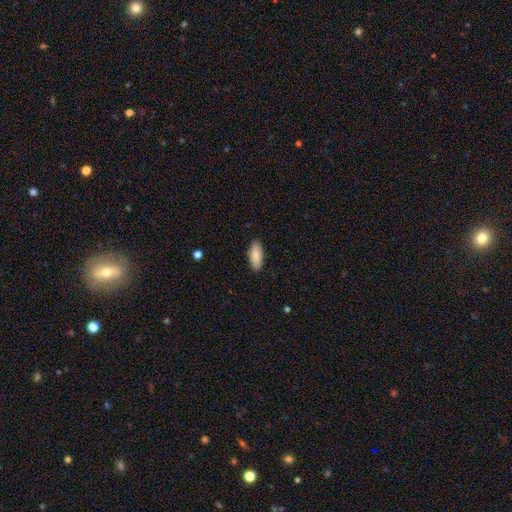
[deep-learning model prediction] Q: Smooth or featured?
A: smooth (86%); runner-up: featured or disk (8%)
Q: How rounded?
A: in between (81%); runner-up: cigar-shaped (17%)
Q: Merging?
A: none (89%); runner-up: minor disturbance (8%)